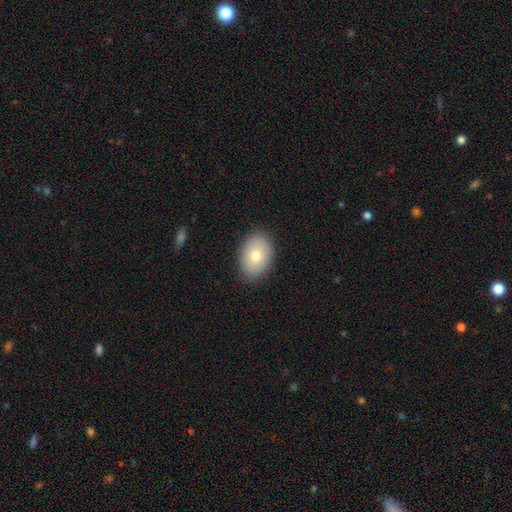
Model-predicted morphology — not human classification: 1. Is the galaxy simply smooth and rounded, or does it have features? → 78% smooth, 15% featured or disk, 8% star or artifact.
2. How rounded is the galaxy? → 79% in between, 20% round, 1% cigar-shaped.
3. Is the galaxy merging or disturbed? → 88% none, 9% minor disturbance, 2% major disturbance, 1% merger.